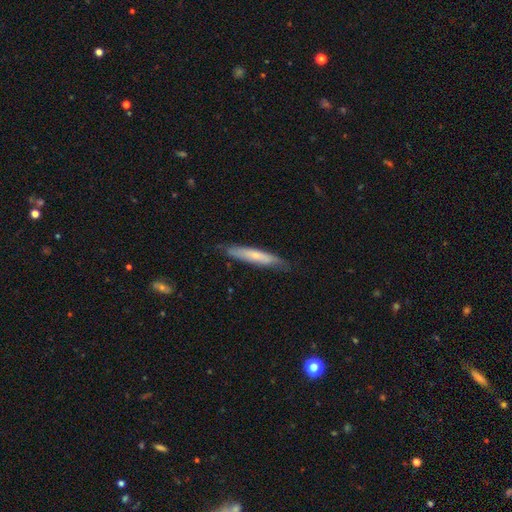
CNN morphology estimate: This appears to be a smooth galaxy with no disk features (59%) that is cigar-shaped (91%). Merging: none (81%).